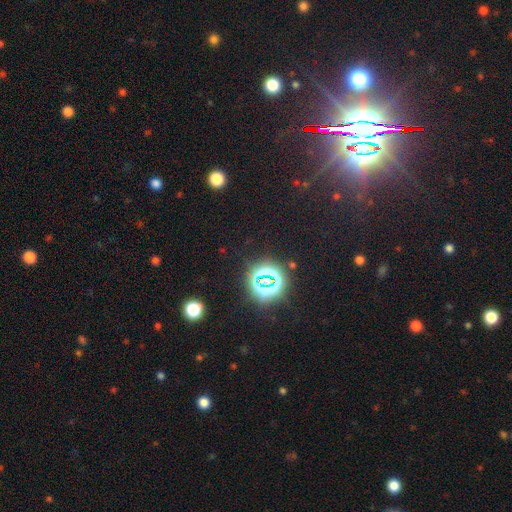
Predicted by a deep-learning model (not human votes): Smooth or featured? star or artifact (82%)